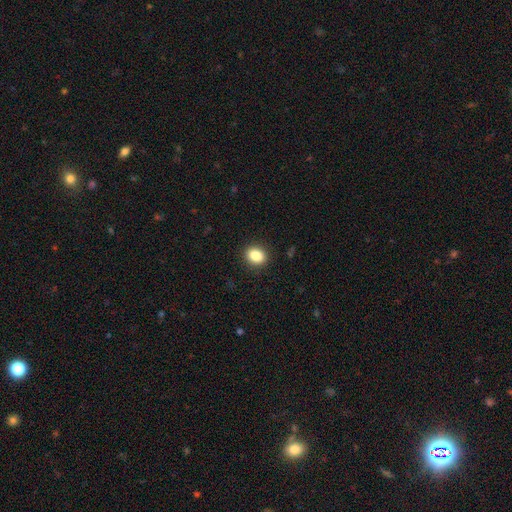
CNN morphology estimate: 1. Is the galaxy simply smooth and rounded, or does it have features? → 87% smooth, 9% star or artifact, 4% featured or disk.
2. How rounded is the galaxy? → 56% in between, 43% round, 1% cigar-shaped.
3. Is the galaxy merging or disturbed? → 90% none, 7% minor disturbance, 2% major disturbance, 1% merger.